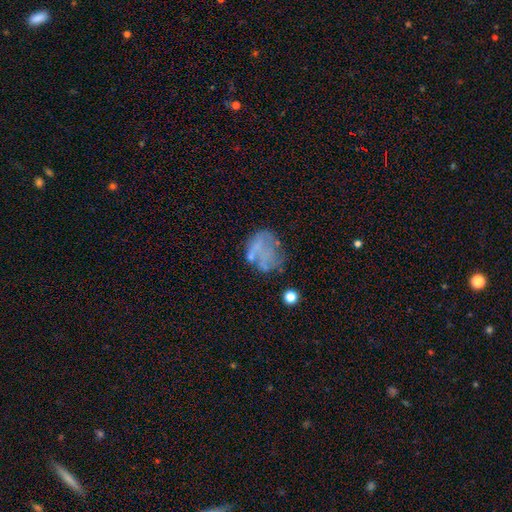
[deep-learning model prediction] smooth-or-featured: featured or disk: 43% (tied) | smooth: 43% (tied) | star or artifact: 15%
  merging: none: 44% | major disturbance: 25% | minor disturbance: 22% | merger: 9%